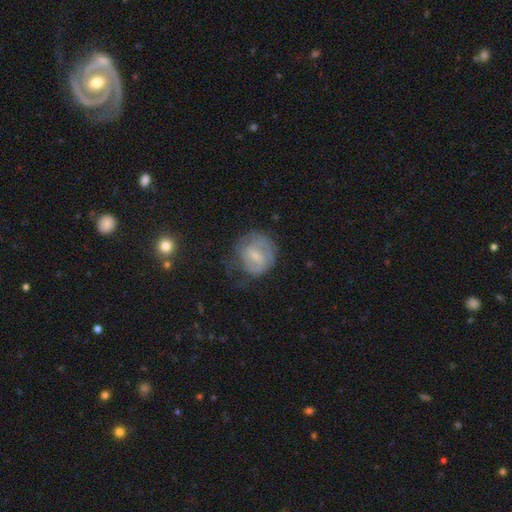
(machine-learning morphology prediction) Smooth or featured: featured or disk — 58% (smooth — 35%)
Edge-on disk: no — 97% (yes — 3%)
Bar: weak — 57% (no — 28%)
Spiral arms: yes — 73% (no — 27%)
Bulge size: small — 57% (moderate — 28%)
Merging: none — 52% (minor disturbance — 26%)